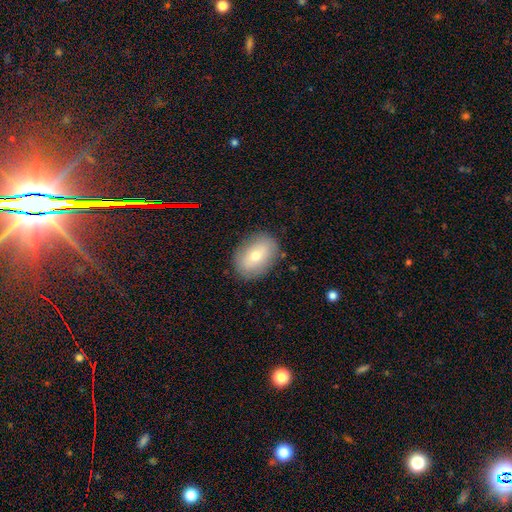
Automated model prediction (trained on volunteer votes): Overall: smooth (68%). How rounded: in between (76%). Merging: none (84%).